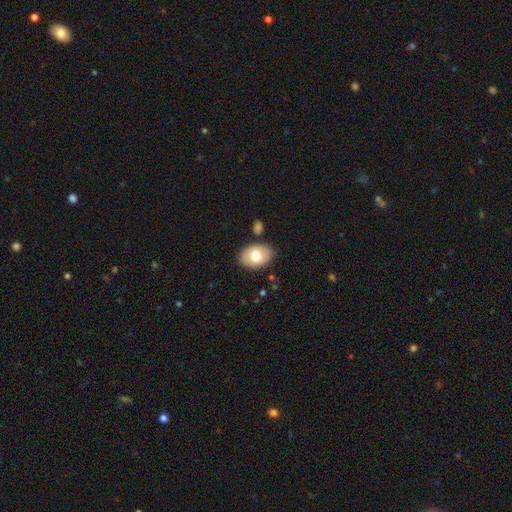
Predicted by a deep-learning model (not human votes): smooth-or-featured: smooth: 73% | featured or disk: 20% | star or artifact: 7%
  how-rounded: in between: 81% | round: 18% | cigar-shaped: 1%
  merging: none: 83% | minor disturbance: 11% | merger: 4% | major disturbance: 3%